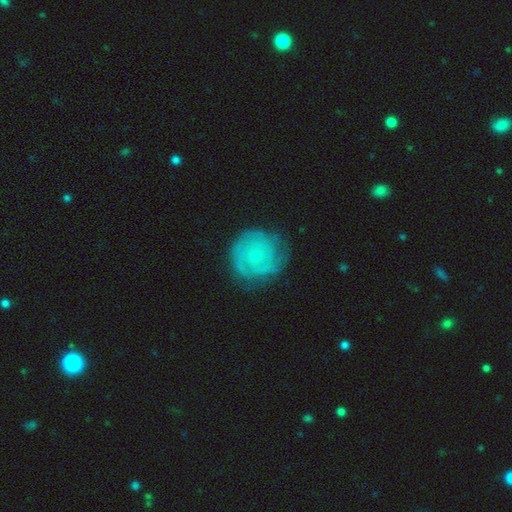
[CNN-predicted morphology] smooth_or_featured: featured or disk (p=0.66) [alt: smooth p=0.27]
disk_edge_on: no (p=0.98) [alt: yes p=0.02]
bar: no (p=0.81) [alt: weak p=0.17]
has_spiral_arms: yes (p=0.87) [alt: no p=0.13]
spiral_winding: tight (p=0.68) [alt: medium p=0.25]
spiral_arm_count: can't tell (p=0.40) [alt: 2 p=0.26]
bulge_size: small (p=0.80) [alt: moderate p=0.11]
merging: none (p=0.71) [alt: minor disturbance p=0.20]